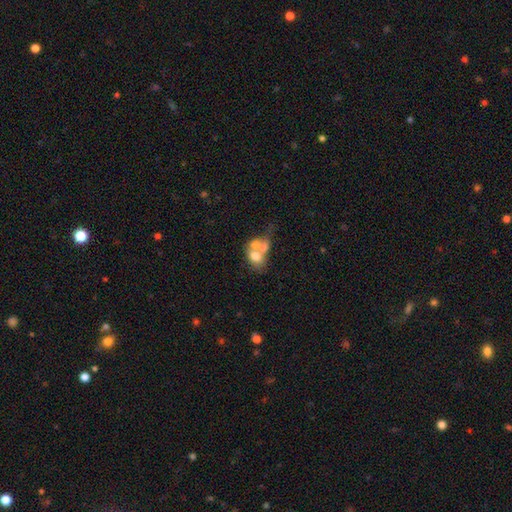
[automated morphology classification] The model was most divided on "how rounded": in between: 52%, round: 46%, cigar-shaped: 2%. More confident: merging — merger (63%); smooth or featured — smooth (53%).